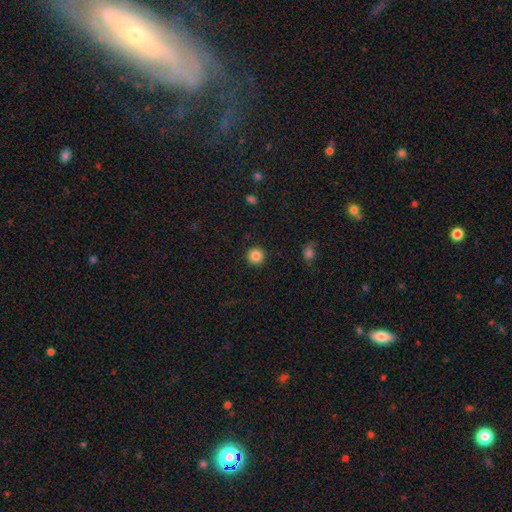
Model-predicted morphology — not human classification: This appears to be a smooth galaxy with no disk features (85%) that is round (95%). Merging: none (92%).